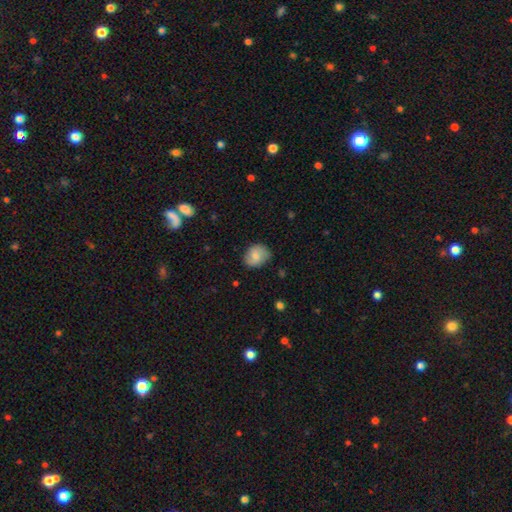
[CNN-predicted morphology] Smooth or featured? Predicted: smooth (p=0.70). How rounded? Predicted: round (p=0.52). Merging? Predicted: none (p=0.75).